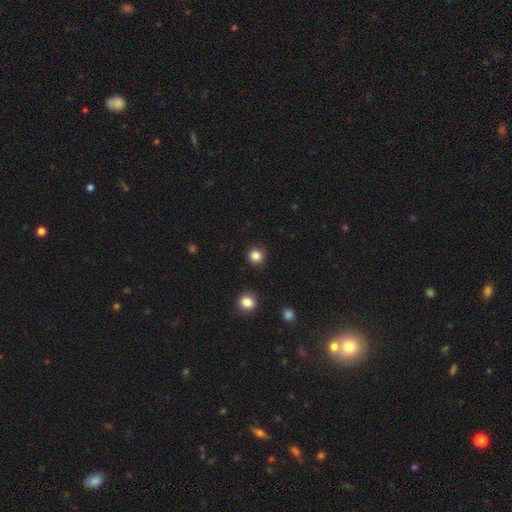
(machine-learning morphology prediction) A smooth galaxy with no disk features (85%) that is round (94%). Merging: none (91%).